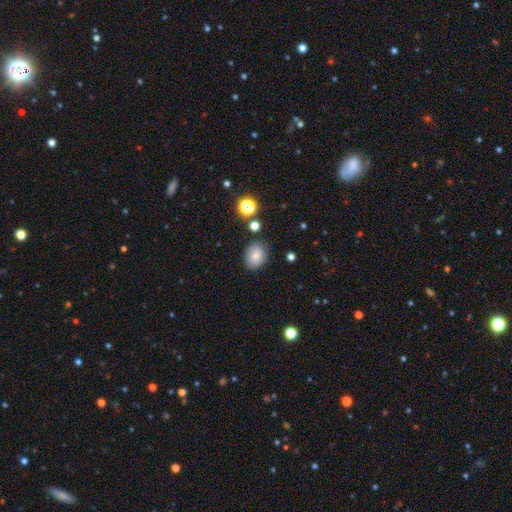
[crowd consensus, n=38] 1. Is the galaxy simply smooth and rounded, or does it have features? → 92% smooth, 5% star or artifact, 3% featured or disk.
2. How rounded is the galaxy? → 63% in between, 37% round, 0% cigar-shaped.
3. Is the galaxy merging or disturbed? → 86% none, 8% minor disturbance, 6% major disturbance, 0% merger.